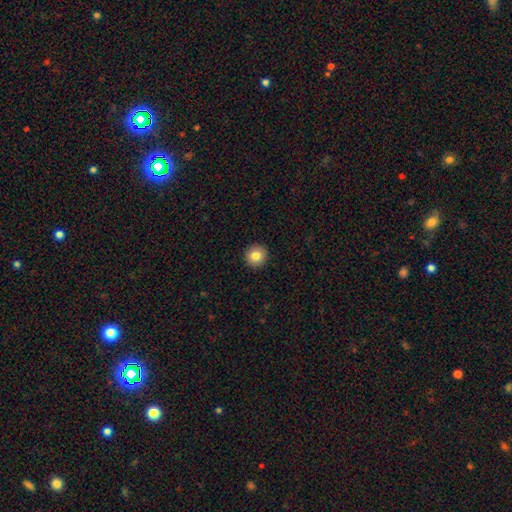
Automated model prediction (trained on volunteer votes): Morphology: type=smooth (83%); roundness=round (96%); merging=none (94%).